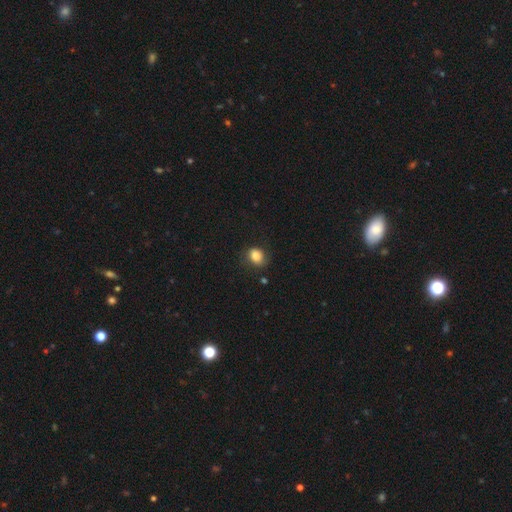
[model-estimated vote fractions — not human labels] Overall: smooth (83%). How rounded: round (51%; in between 48%). Merging: none (74%).